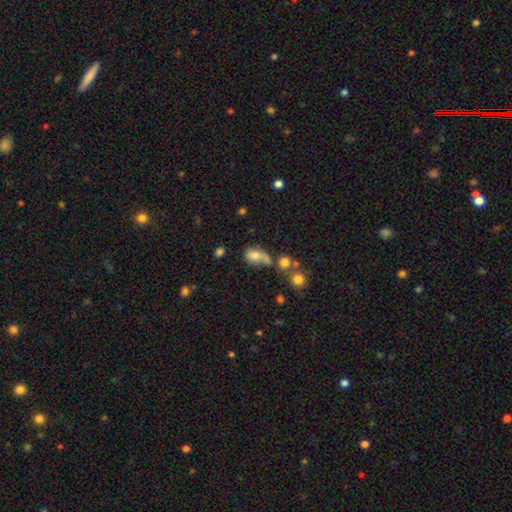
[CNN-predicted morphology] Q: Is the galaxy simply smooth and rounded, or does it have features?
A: smooth — 72%.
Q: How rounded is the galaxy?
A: in between — 79%.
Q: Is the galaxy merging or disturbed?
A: merger — 32%.